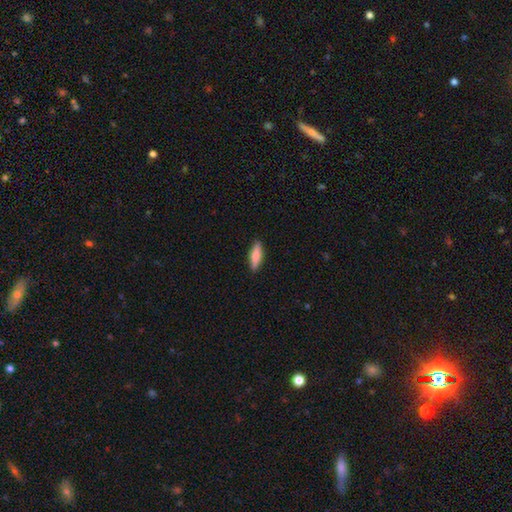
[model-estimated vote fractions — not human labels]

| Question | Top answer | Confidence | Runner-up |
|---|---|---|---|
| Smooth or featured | smooth | 76% | featured or disk (19%) |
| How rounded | cigar-shaped | 62% | in between (36%) |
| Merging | none | 89% | minor disturbance (8%) |